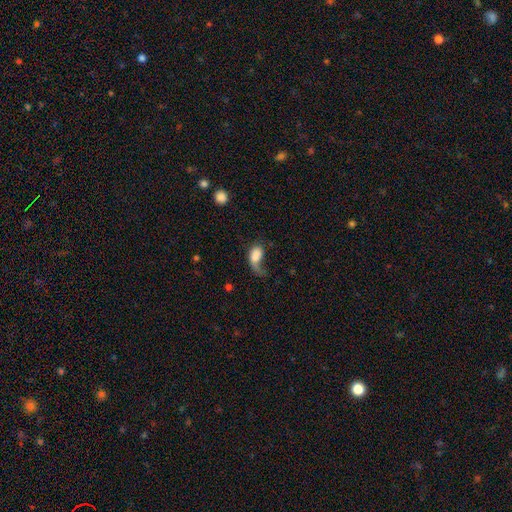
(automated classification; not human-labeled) This is likely a smooth galaxy (69%). How rounded: clearly in between (82%). Merging: possibly major disturbance (54%).